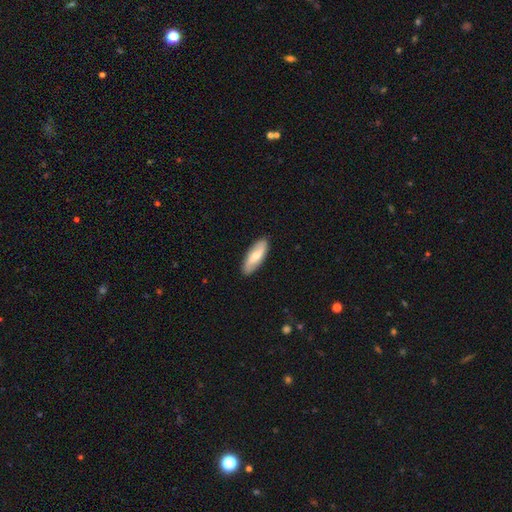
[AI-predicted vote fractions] smooth_or_featured: smooth (p=0.50) [alt: featured or disk p=0.45]
merging: none (p=0.89) [alt: minor disturbance p=0.08]